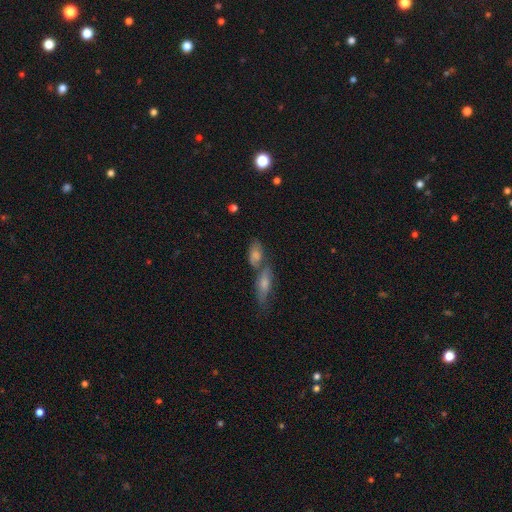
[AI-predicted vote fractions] A smooth galaxy with no disk features (57%) that is in between round and cigar-shaped (66%).

Vote fractions:
- Smooth or featured? smooth: 57% / featured or disk: 29% / star or artifact: 14%
- How rounded? in between: 66% / cigar-shaped: 23% / round: 11%
- Merging? merger: 44% / none: 41% / minor disturbance: 10% / major disturbance: 4%